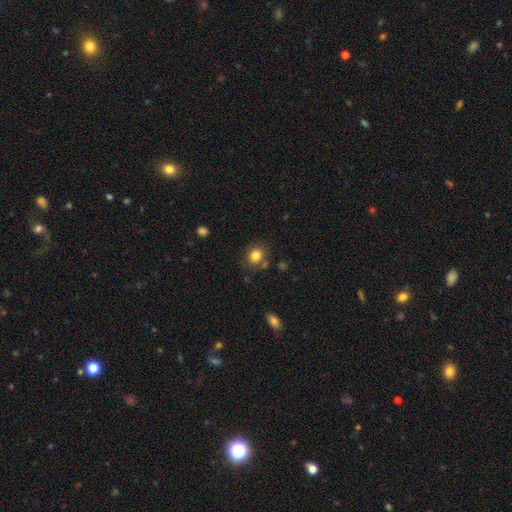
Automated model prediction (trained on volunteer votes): smooth-or-featured: smooth: 83% | star or artifact: 10% | featured or disk: 7%
  how-rounded: round: 66% | in between: 33% | cigar-shaped: 1%
  merging: none: 75% | minor disturbance: 14% | merger: 7% | major disturbance: 5%